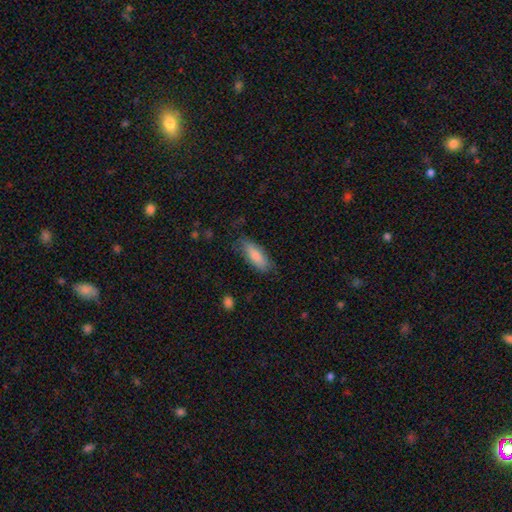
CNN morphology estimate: This appears to be a smooth galaxy with no disk features (83%) that is in between round and cigar-shaped (66%). Merging: none (75%).